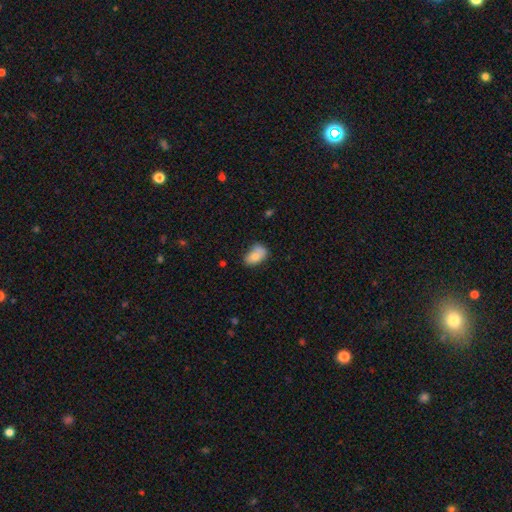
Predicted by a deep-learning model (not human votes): The model was most divided on "merging": none: 42%, minor disturbance: 31%, merger: 16%, major disturbance: 11%. More confident: how rounded — in between (87%); smooth or featured — smooth (75%).